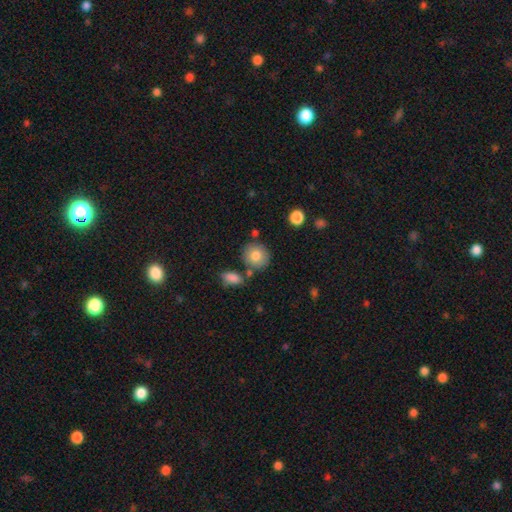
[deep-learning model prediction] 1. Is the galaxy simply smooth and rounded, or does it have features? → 80% smooth, 12% featured or disk, 8% star or artifact.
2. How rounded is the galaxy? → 84% round, 15% in between, 1% cigar-shaped.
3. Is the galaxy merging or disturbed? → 76% none, 11% minor disturbance, 9% merger, 3% major disturbance.